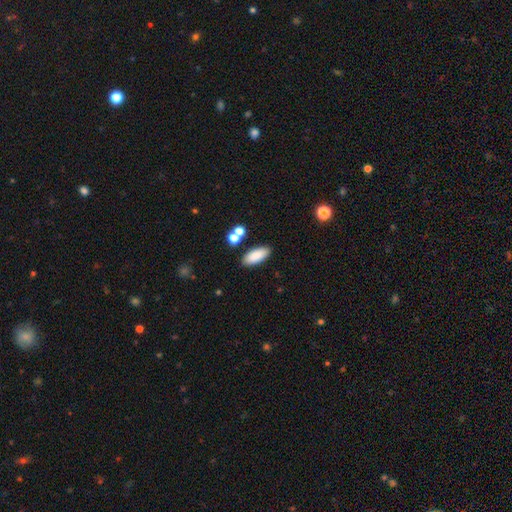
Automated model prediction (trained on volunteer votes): smooth-or-featured: smooth: 87% | star or artifact: 7% | featured or disk: 6%
  how-rounded: in between: 79% | cigar-shaped: 19% | round: 2%
  merging: none: 83% | minor disturbance: 9% | merger: 5% | major disturbance: 3%